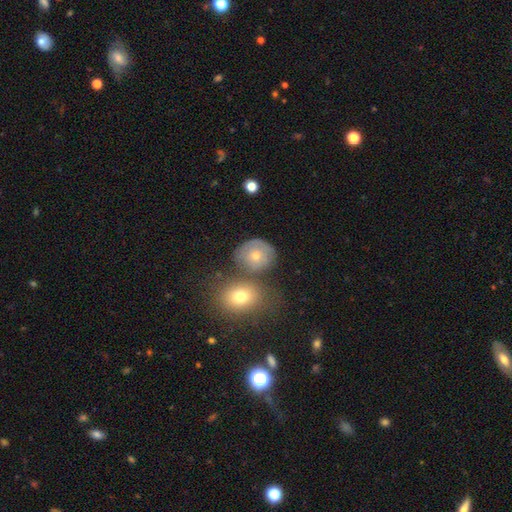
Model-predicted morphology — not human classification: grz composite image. It shows a smooth galaxy with no disk features (56%) that is round (72%). Merging: none (58%).